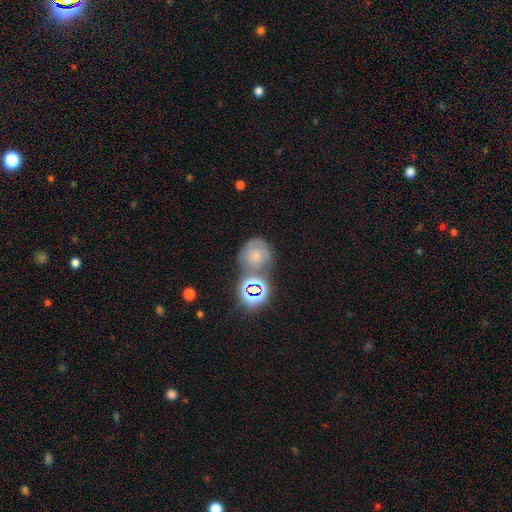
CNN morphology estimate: A smooth galaxy with no disk features (46%).

Vote fractions:
- Smooth or featured? smooth: 46% / featured or disk: 30% / star or artifact: 24%
- Merging? none: 50% / merger: 24% / minor disturbance: 18% / major disturbance: 9%